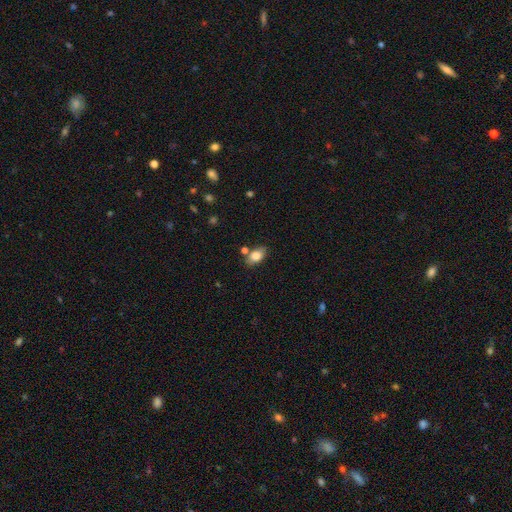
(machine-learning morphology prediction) This is clearly a smooth galaxy (82%). How rounded: clearly in between (87%). Merging: likely none (70%).